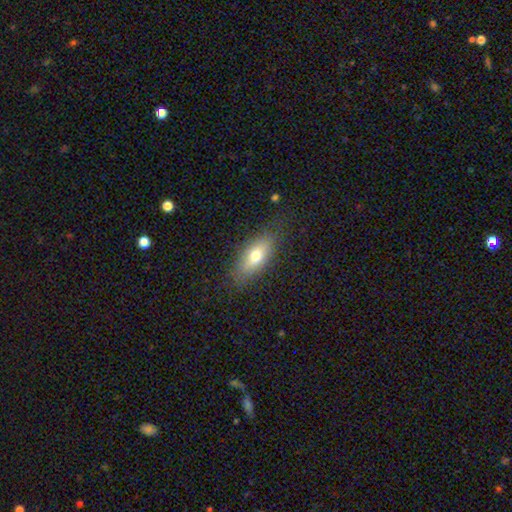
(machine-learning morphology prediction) This appears to be a smooth galaxy with no disk features (70%) that is in between round and cigar-shaped (77%). Merging: none (81%).